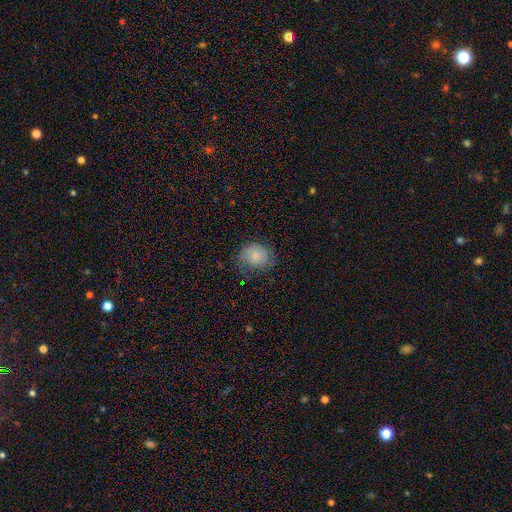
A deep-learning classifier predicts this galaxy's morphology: A smooth galaxy with no disk features (77%) that is round (70%). Merging: none (65%).